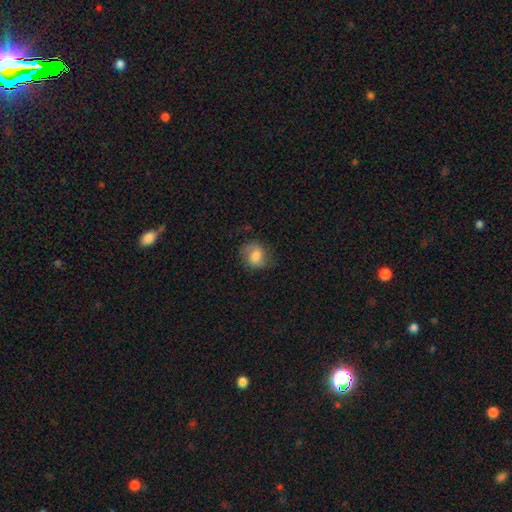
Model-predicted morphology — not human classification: The model was most divided on "how rounded": round: 60%, in between: 39%, cigar-shaped: 1%. More confident: merging — none (66%); smooth or featured — smooth (63%).